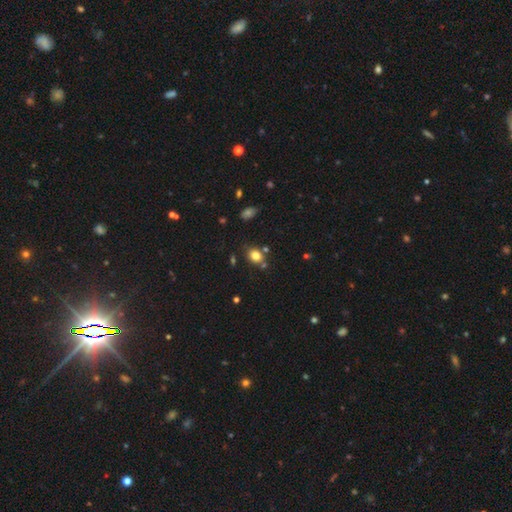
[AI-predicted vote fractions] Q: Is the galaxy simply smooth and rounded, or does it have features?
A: smooth — 80%.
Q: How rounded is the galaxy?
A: in between — 50%.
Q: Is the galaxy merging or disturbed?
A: none — 72%.